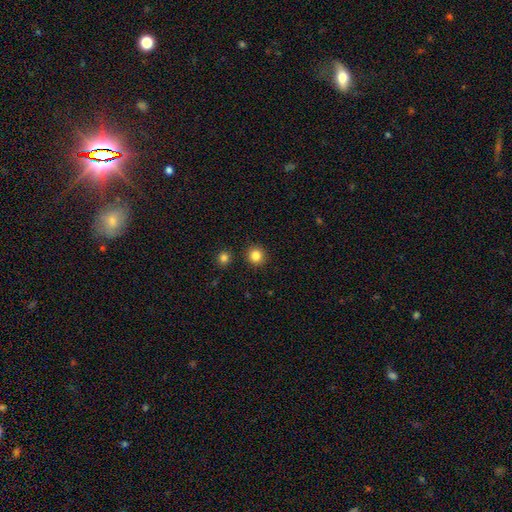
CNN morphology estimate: A smooth galaxy with no disk features (84%) that is round (94%).

Vote fractions:
- Smooth or featured? smooth: 84% / star or artifact: 11% / featured or disk: 4%
- How rounded? round: 94% / in between: 5% / cigar-shaped: 1%
- Merging? none: 91% / minor disturbance: 5% / merger: 2% / major disturbance: 2%